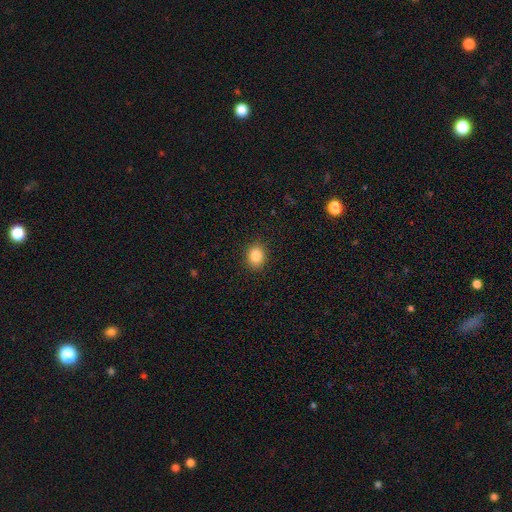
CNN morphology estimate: smooth_or_featured: smooth (p=0.86) [alt: star or artifact p=0.10]
how_rounded: round (p=0.56) [alt: in between p=0.43]
merging: none (p=0.89) [alt: minor disturbance p=0.08]